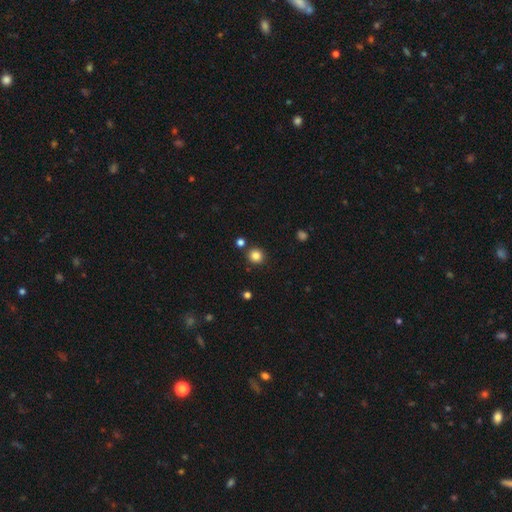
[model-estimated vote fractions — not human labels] Overall: smooth (84%). How rounded: round (92%). Merging: none (87%).